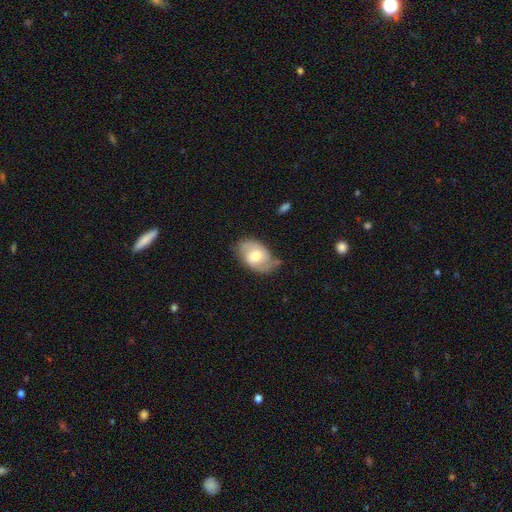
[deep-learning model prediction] Q: Smooth or featured?
A: featured or disk (53%); runner-up: smooth (41%)
Q: Edge-on disk?
A: no (94%); runner-up: yes (6%)
Q: Merging?
A: none (62%); runner-up: minor disturbance (27%)